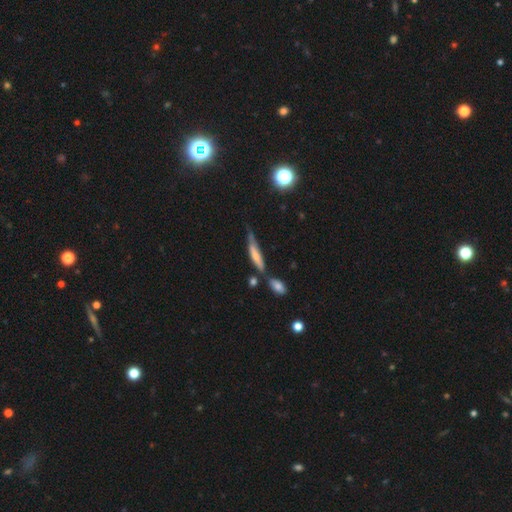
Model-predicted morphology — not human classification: Q: Smooth or featured?
A: smooth (59%); runner-up: featured or disk (33%)
Q: How rounded?
A: cigar-shaped (83%); runner-up: in between (15%)
Q: Merging?
A: none (48%); runner-up: minor disturbance (28%)